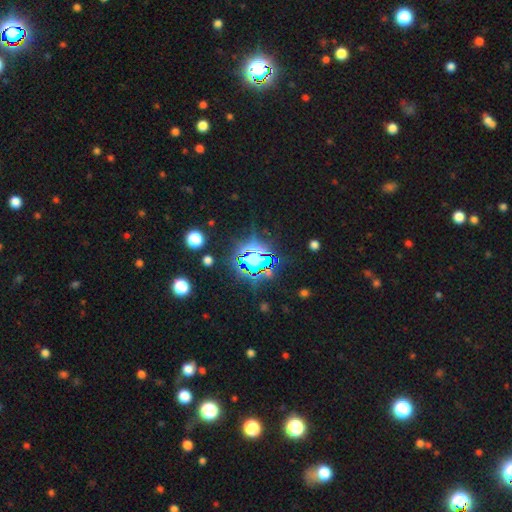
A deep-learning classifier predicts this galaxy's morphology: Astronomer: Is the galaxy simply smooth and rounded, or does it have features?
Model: star or artifact — 69%.